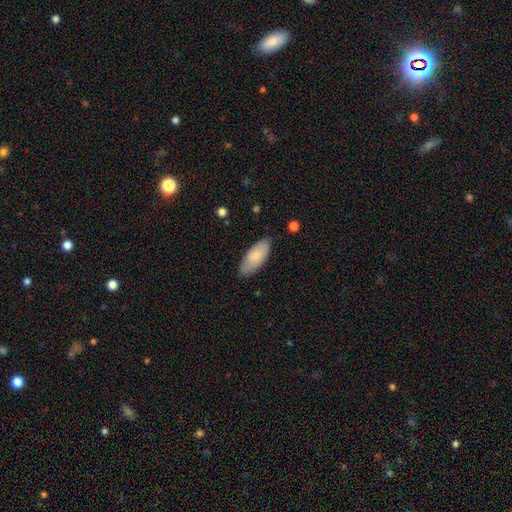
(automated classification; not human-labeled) Q: Smooth or featured?
A: smooth (78%); runner-up: featured or disk (16%)
Q: How rounded?
A: in between (86%); runner-up: cigar-shaped (12%)
Q: Merging?
A: none (78%); runner-up: minor disturbance (18%)